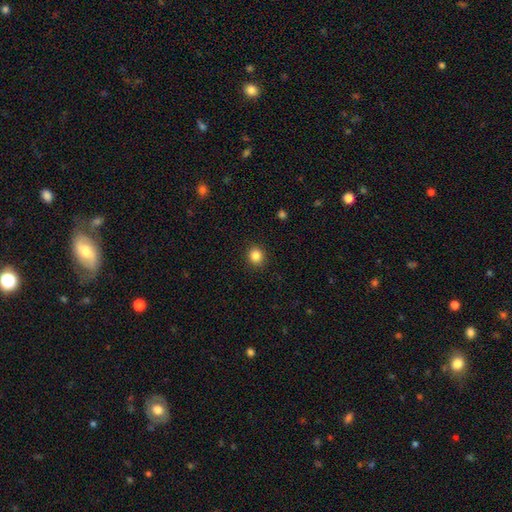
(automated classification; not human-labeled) Smooth or featured? Predicted: smooth (p=0.85). How rounded? Predicted: round (p=0.86). Merging? Predicted: none (p=0.92).